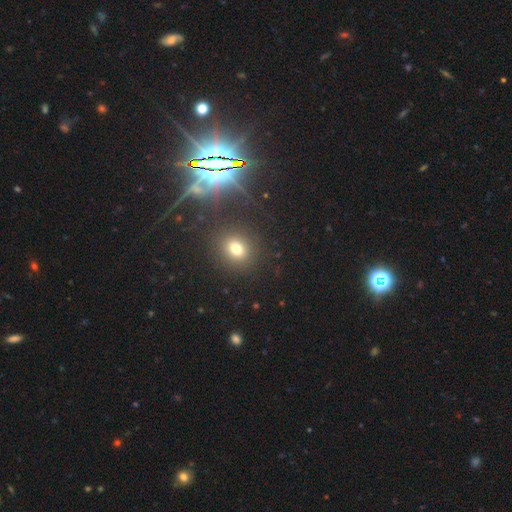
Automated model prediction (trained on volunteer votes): Smooth or featured?
  - star or artifact: 45% *
  - smooth: 44%
  - featured or disk: 11%